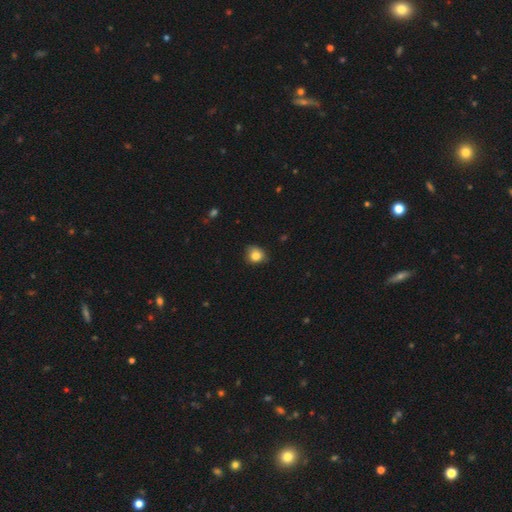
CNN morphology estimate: Smooth or featured: smooth — 82% (star or artifact — 10%)
How rounded: round — 71% (in between — 28%)
Merging: none — 69% (minor disturbance — 26%)